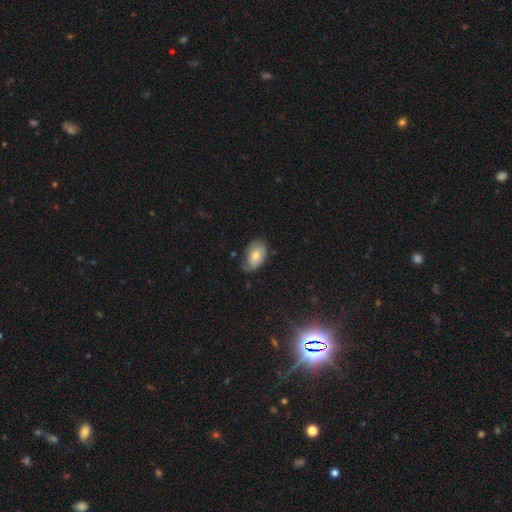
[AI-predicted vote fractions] Smooth or featured?
  - smooth: 58% *
  - featured or disk: 35%
  - star or artifact: 7%
How rounded?
  - in between: 90% *
  - round: 9%
  - cigar-shaped: 1%
Merging?
  - none: 55% *
  - minor disturbance: 33%
  - major disturbance: 10%
  - merger: 2%